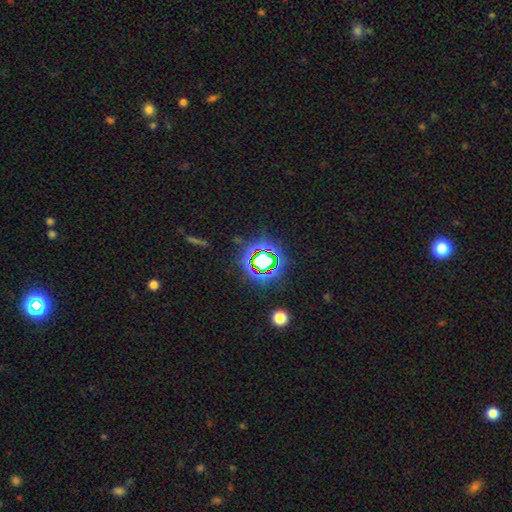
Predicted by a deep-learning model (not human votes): This is clearly a star or artifact rather than a galaxy (80%).